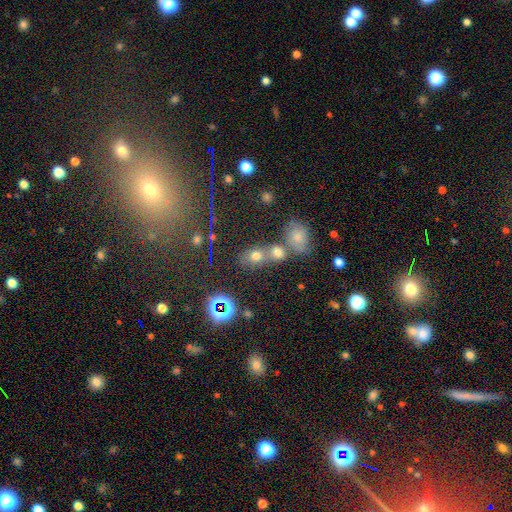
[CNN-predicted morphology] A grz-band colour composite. It shows a smooth galaxy with no disk features (63%) that is round (55%). Merging: merger (46%).